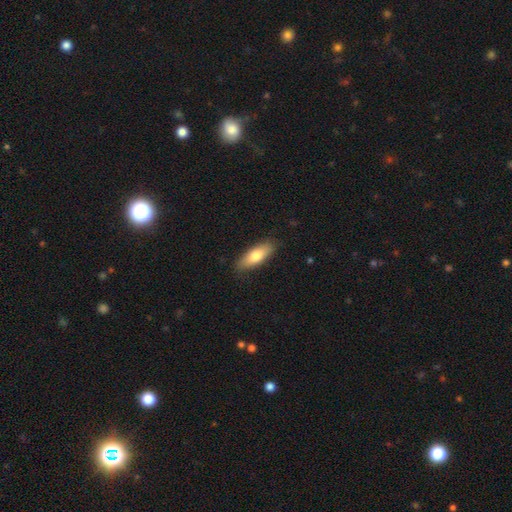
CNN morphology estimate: A smooth galaxy with no disk features (75%) that is in between round and cigar-shaped (64%). Merging: none (86%).